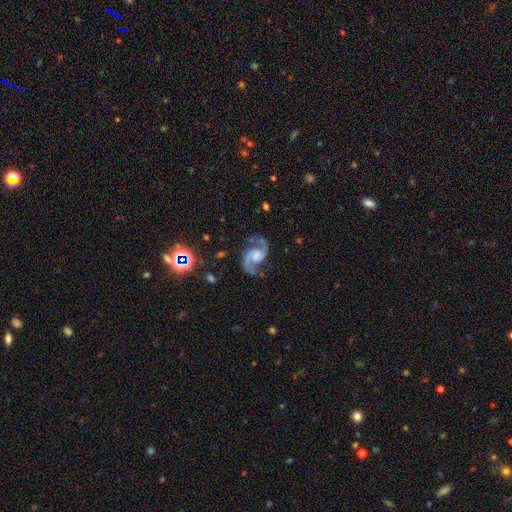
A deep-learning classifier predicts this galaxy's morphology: Smooth or featured? Predicted: featured or disk (p=0.91). Edge-on disk? Predicted: no (p=0.98). Bar? Predicted: no (p=0.55). Spiral arms? Predicted: yes (p=0.98). Spiral winding? Predicted: medium (p=0.58). Spiral arm count? Predicted: 2 (p=0.94). Bulge size? Predicted: none (p=0.32). Merging? Predicted: none (p=0.76).